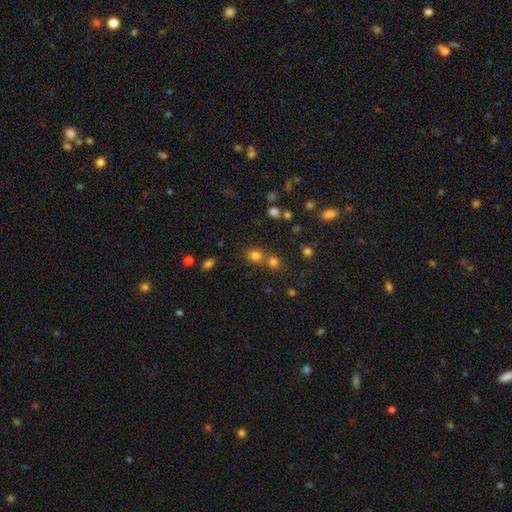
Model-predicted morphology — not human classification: Smooth or featured?
  - smooth: 74% *
  - star or artifact: 18%
  - featured or disk: 8%
How rounded?
  - round: 70% *
  - in between: 29%
  - cigar-shaped: 1%
Merging?
  - none: 54% *
  - merger: 35%
  - minor disturbance: 8%
  - major disturbance: 3%